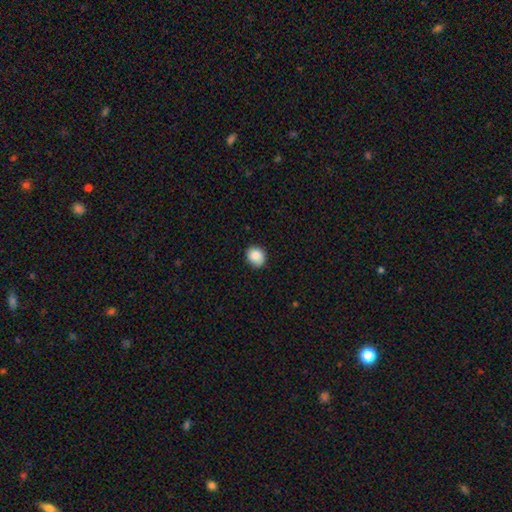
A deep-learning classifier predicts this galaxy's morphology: Smooth or featured? smooth (87%)
How rounded? round (72%)
Merging? none (81%)